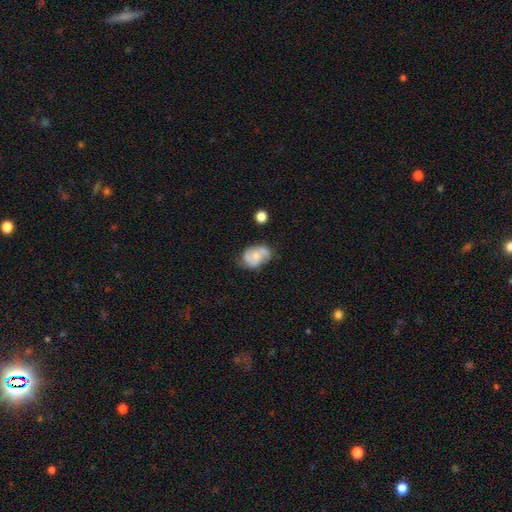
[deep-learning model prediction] Smooth or featured?
  - featured or disk: 61% *
  - smooth: 32%
  - star or artifact: 7%
Edge-on disk?
  - no: 97% *
  - yes: 3%
Bar?
  - no: 67% *
  - weak: 28%
  - strong: 5%
Spiral arms?
  - yes: 89% *
  - no: 11%
Spiral winding?
  - medium: 47% *
  - tight: 28%
  - loose: 25%
Spiral arm count?
  - 2: 59% *
  - 3: 20%
  - can't tell: 13%
  - 1: 3%
  - 4: 3%
  - more than 4: 2%
Bulge size?
  - small: 49% *
  - moderate: 42%
  - none: 6%
  - large: 2%
  - dominant: 1%
Merging?
  - none: 61% *
  - minor disturbance: 27%
  - major disturbance: 9%
  - merger: 3%